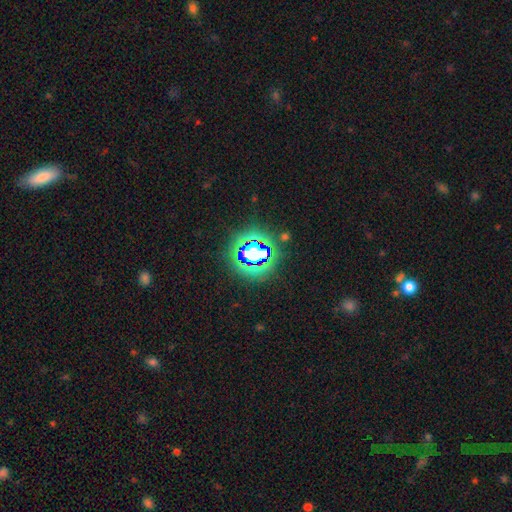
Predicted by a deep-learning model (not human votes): A star or artifact, not a galaxy (76%).